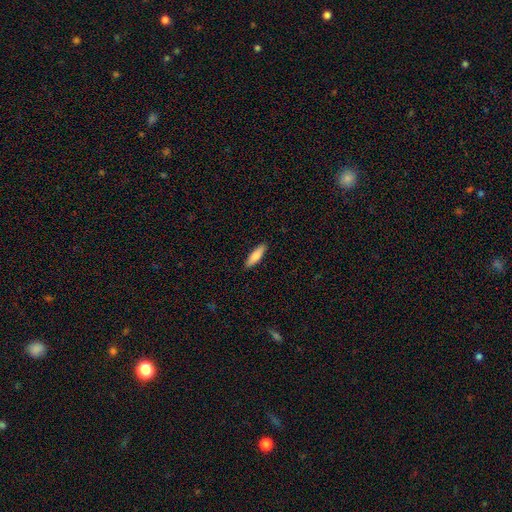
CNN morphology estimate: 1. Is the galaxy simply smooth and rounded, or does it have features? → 79% smooth, 16% featured or disk, 6% star or artifact.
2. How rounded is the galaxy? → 60% cigar-shaped, 38% in between, 2% round.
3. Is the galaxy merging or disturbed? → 90% none, 7% minor disturbance, 2% major disturbance, 1% merger.